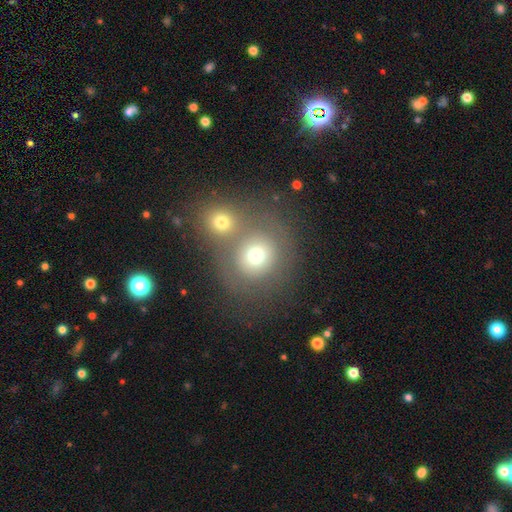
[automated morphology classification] Smooth or featured? Predicted: smooth (p=0.70). How rounded? Predicted: round (p=0.84). Merging? Predicted: merger (p=0.47).